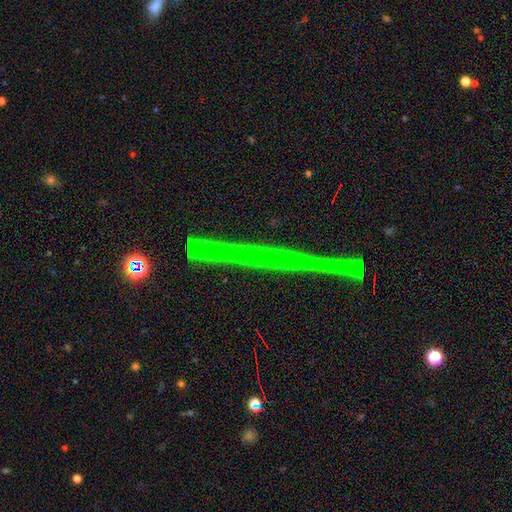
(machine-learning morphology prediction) Smooth or featured: star or artifact — 54% (featured or disk — 34%)